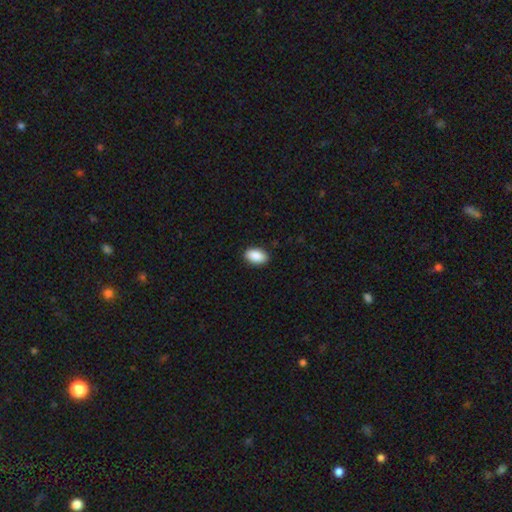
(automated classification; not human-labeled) Morphology: type=smooth (90%); roundness=in between (94%); merging=none (89%).